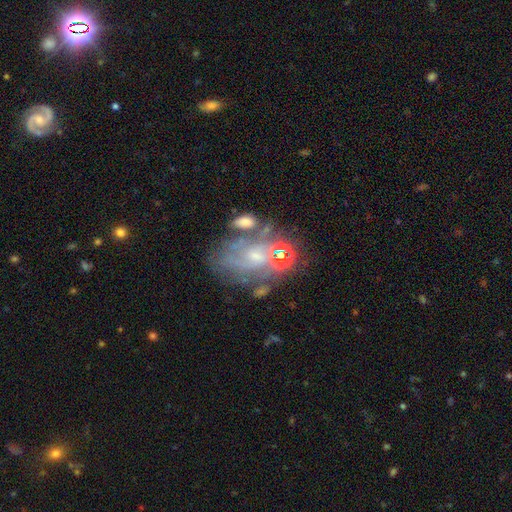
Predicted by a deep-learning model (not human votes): smooth_or_featured: featured or disk (p=0.71) [alt: smooth p=0.16]
disk_edge_on: no (p=0.97) [alt: yes p=0.03]
bar: no (p=0.65) [alt: weak p=0.29]
has_spiral_arms: yes (p=0.79) [alt: no p=0.21]
spiral_winding: tight (p=0.47) [alt: medium p=0.38]
spiral_arm_count: can't tell (p=0.46) [alt: 2 p=0.26]
bulge_size: small (p=0.65) [alt: moderate p=0.21]
merging: none (p=0.48) [alt: minor disturbance p=0.20]